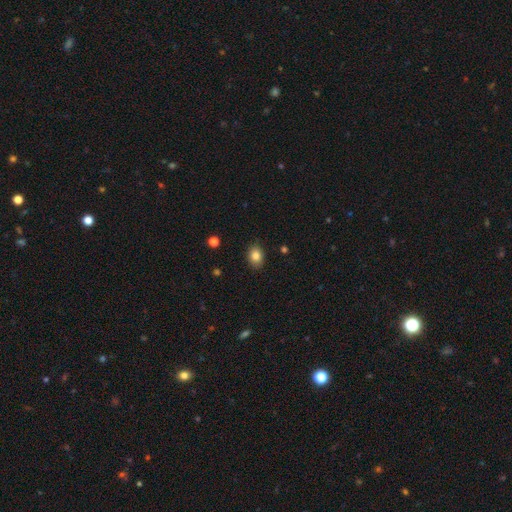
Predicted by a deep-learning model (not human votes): Smooth or featured: smooth — 84% (star or artifact — 10%)
How rounded: in between — 68% (round — 31%)
Merging: none — 87% (minor disturbance — 10%)